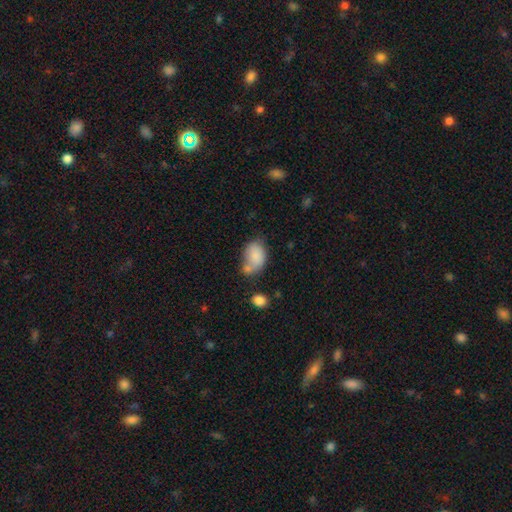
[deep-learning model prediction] A smooth galaxy with no disk features (82%) that is in between round and cigar-shaped (82%).

Vote fractions:
- Smooth or featured? smooth: 82% / featured or disk: 10% / star or artifact: 8%
- How rounded? in between: 82% / round: 17% / cigar-shaped: 1%
- Merging? none: 41% / merger: 28% / minor disturbance: 22% / major disturbance: 9%